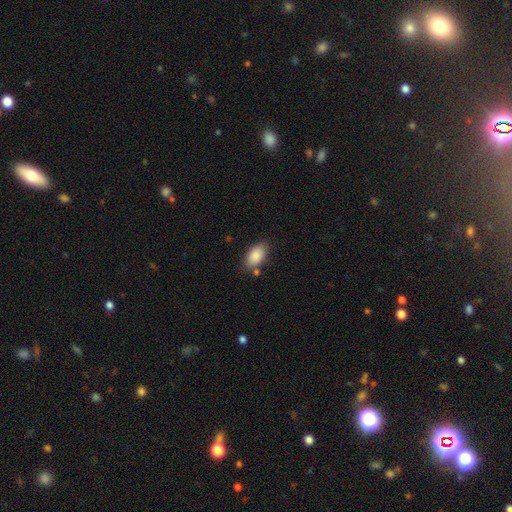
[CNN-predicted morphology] smooth_or_featured: smooth (p=0.88) [alt: star or artifact p=0.07]
how_rounded: in between (p=0.93) [alt: round p=0.04]
merging: none (p=0.76) [alt: minor disturbance p=0.15]